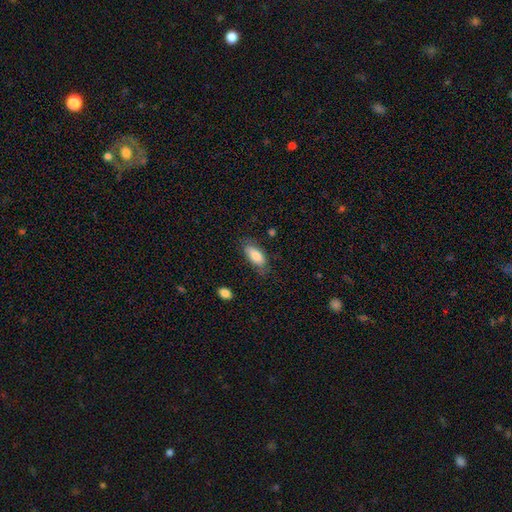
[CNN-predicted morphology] Q: Smooth or featured?
A: smooth (80%); runner-up: featured or disk (13%)
Q: How rounded?
A: in between (84%); runner-up: cigar-shaped (13%)
Q: Merging?
A: none (71%); runner-up: minor disturbance (22%)